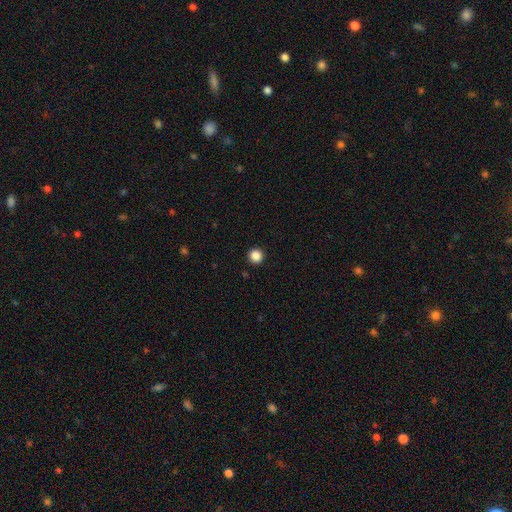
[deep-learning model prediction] Smooth or featured?
  - smooth: 86% *
  - star or artifact: 11%
  - featured or disk: 3%
How rounded?
  - round: 96% *
  - in between: 3%
  - cigar-shaped: 1%
Merging?
  - none: 94% *
  - minor disturbance: 4%
  - major disturbance: 2%
  - merger: 1%